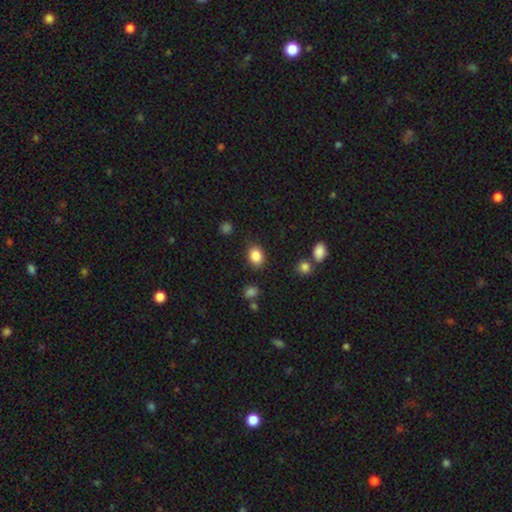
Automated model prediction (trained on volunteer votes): This is clearly a smooth galaxy (86%). How rounded: likely in between (62%). Merging: clearly none (83%).